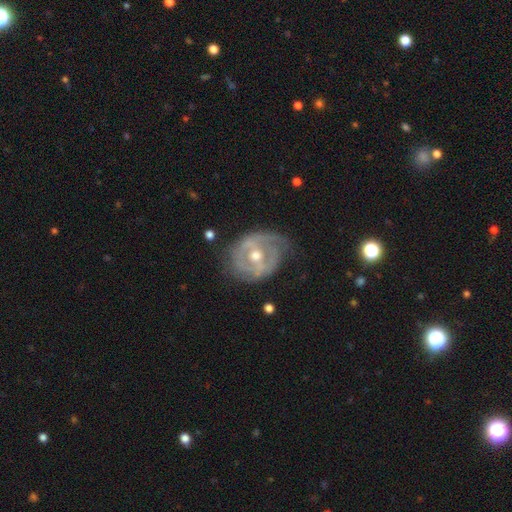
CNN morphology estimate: Q: Smooth or featured?
A: featured or disk (81%); runner-up: smooth (14%)
Q: Edge-on disk?
A: no (96%); runner-up: yes (4%)
Q: Bar?
A: weak (40%); runner-up: no (38%)
Q: Spiral arms?
A: yes (73%); runner-up: no (27%)
Q: Spiral winding?
A: tight (53%); runner-up: medium (32%)
Q: Spiral arm count?
A: 2 (46%); runner-up: can't tell (29%)
Q: Bulge size?
A: moderate (75%); runner-up: small (20%)
Q: Merging?
A: none (61%); runner-up: minor disturbance (26%)